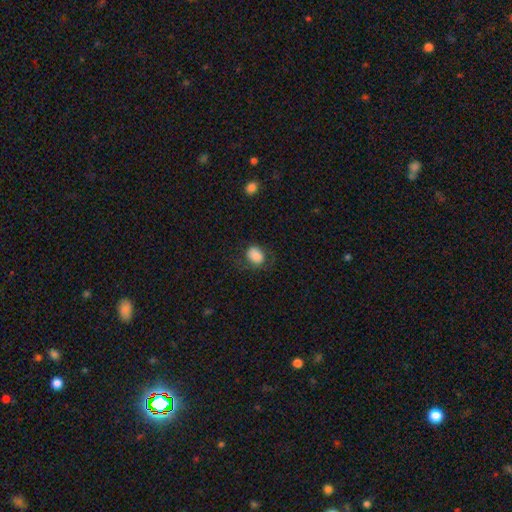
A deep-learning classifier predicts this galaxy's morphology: smooth-or-featured: smooth: 82% | featured or disk: 9% | star or artifact: 8%
  how-rounded: in between: 57% | round: 42% | cigar-shaped: 1%
  merging: none: 63% | minor disturbance: 22% | major disturbance: 14% | merger: 2%